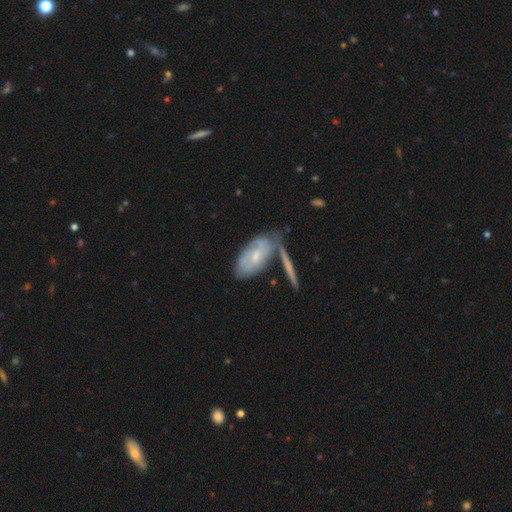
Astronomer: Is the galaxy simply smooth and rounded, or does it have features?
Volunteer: featured or disk — 68%.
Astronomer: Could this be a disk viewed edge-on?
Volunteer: no — 88%.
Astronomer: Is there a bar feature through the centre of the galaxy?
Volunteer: weak — 59% (runner-up: no, 41%).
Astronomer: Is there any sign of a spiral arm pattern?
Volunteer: yes — 77%.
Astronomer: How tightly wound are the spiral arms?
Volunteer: tight — 41% (runner-up: medium, 35%).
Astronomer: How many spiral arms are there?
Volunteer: can't tell — 47% (runner-up: 2, 41%).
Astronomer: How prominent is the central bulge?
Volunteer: small — 59% (runner-up: moderate, 36%).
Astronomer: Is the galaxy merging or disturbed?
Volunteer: none — 34% (runner-up: minor disturbance, 29%).